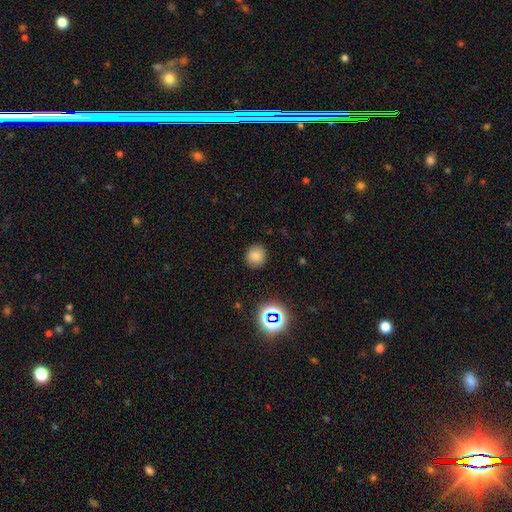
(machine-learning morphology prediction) This is likely a smooth galaxy (79%). How rounded: clearly round (89%). Merging: clearly none (89%).